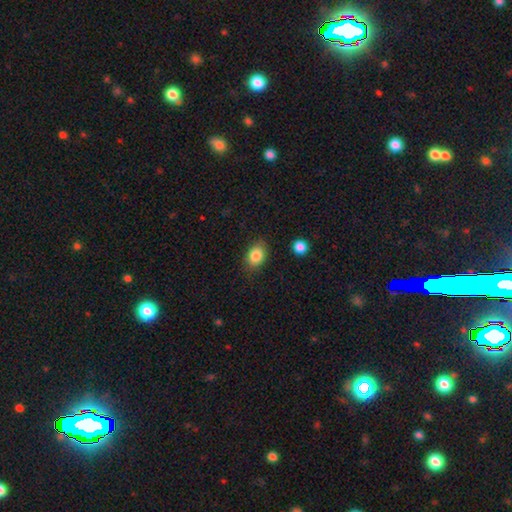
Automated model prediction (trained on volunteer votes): Overall: smooth (85%). How rounded: in between (75%). Merging: none (82%).